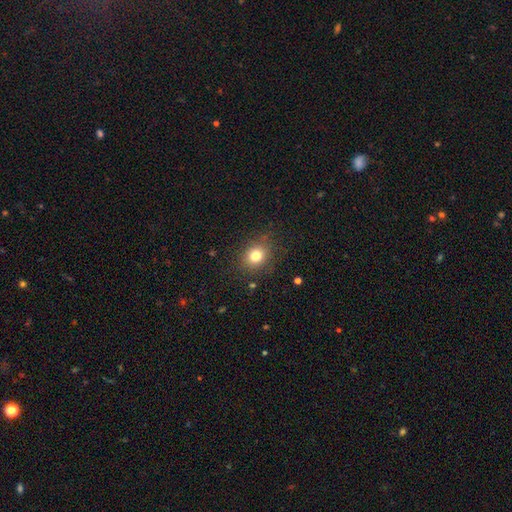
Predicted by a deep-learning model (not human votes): A smooth galaxy with no disk features (79%) that is round (68%).

Vote fractions:
- Smooth or featured? smooth: 79% / star or artifact: 13% / featured or disk: 8%
- How rounded? round: 68% / in between: 31% / cigar-shaped: 1%
- Merging? none: 84% / minor disturbance: 11% / major disturbance: 4% / merger: 1%